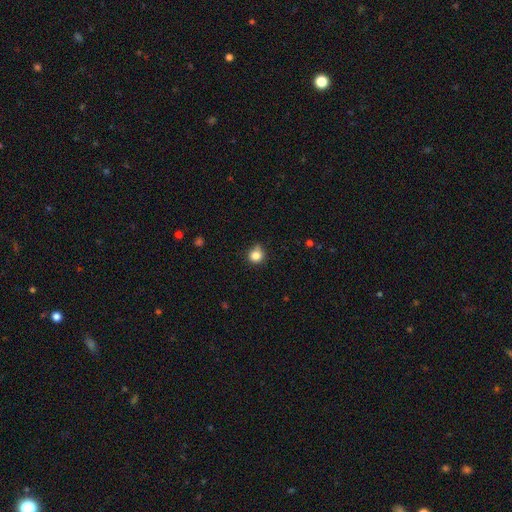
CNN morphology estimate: Smooth or featured? Predicted: smooth (p=0.83). How rounded? Predicted: round (p=0.87). Merging? Predicted: none (p=0.65).